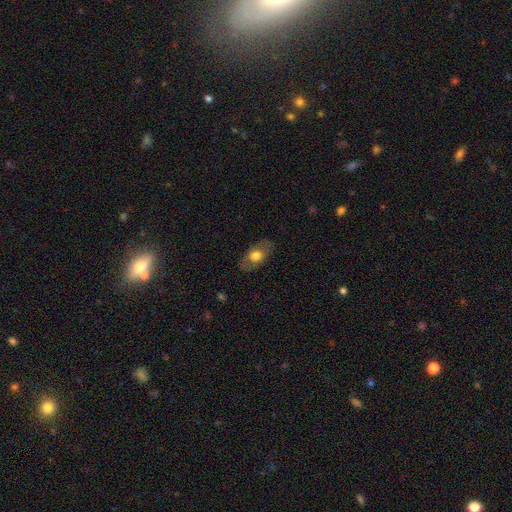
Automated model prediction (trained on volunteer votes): Smooth or featured? Predicted: smooth (p=0.62). How rounded? Predicted: in between (p=0.89). Merging? Predicted: none (p=0.81).